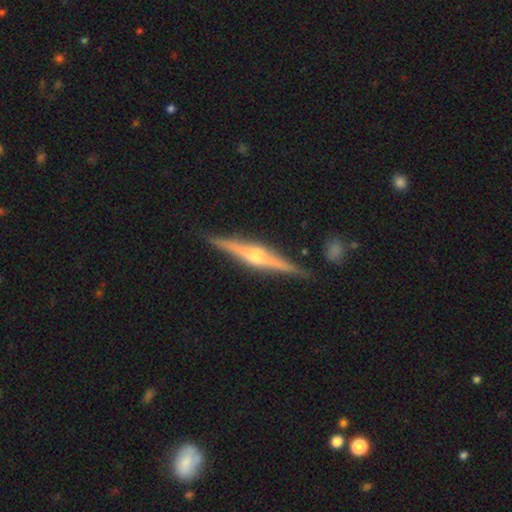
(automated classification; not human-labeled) Morphology: type=featured or disk (86%); edge-on=yes (98%); edge-on bulge=rounded (91%); merging=none (90%).